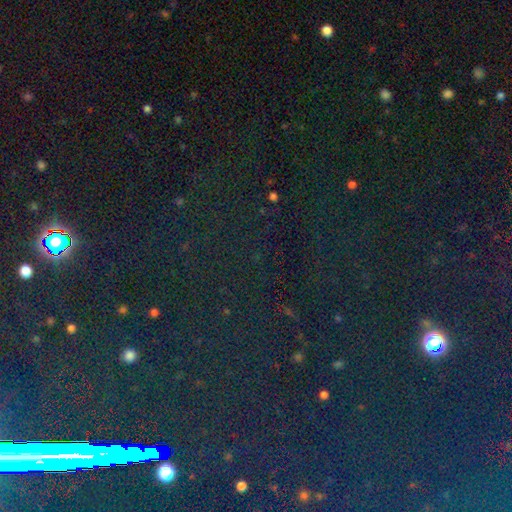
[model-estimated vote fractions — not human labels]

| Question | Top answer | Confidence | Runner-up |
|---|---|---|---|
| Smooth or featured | star or artifact | 82% | smooth (10%) |